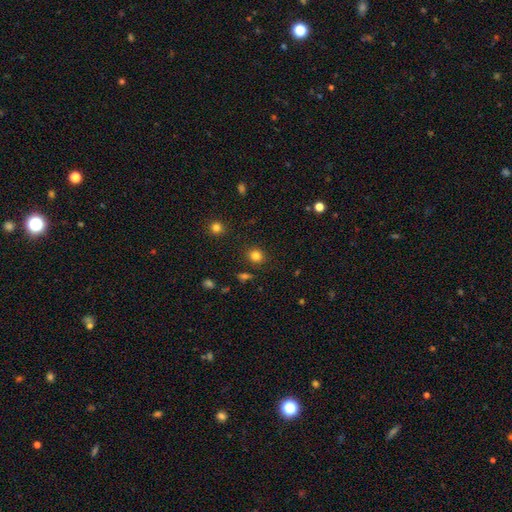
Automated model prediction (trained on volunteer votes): Smooth or featured?
  - smooth: 82% *
  - star or artifact: 13%
  - featured or disk: 5%
How rounded?
  - round: 75% *
  - in between: 24%
  - cigar-shaped: 1%
Merging?
  - none: 86% *
  - minor disturbance: 8%
  - major disturbance: 3%
  - merger: 3%